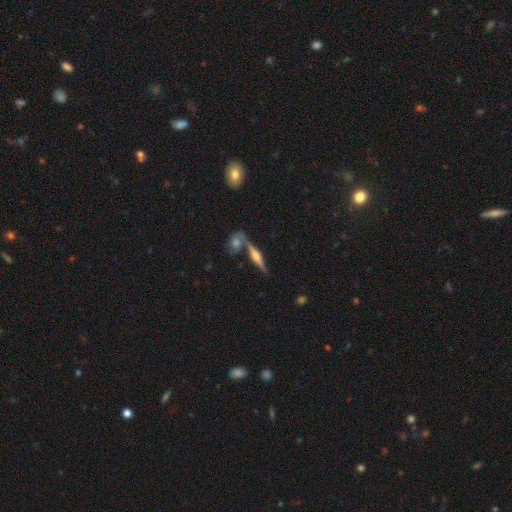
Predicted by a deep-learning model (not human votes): This appears to be a featured or disk galaxy (75%) viewed edge-on (96%) with a rounded central bulge (87%). Merging: none (65%).